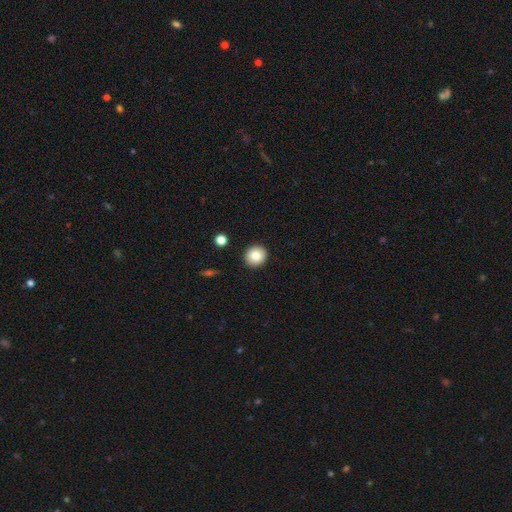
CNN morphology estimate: This appears to be a smooth galaxy with no disk features (82%) that is round (91%). Merging: none (92%).